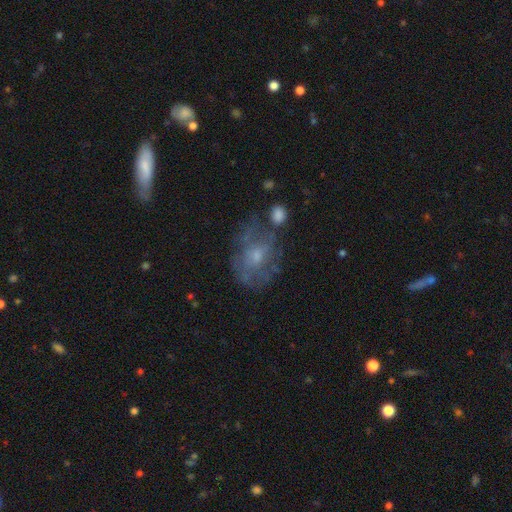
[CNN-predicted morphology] A featured or disk galaxy (56%) with no bar (78%), no spiral arms (63%) and a small central bulge (49%). Merging: none (48%).